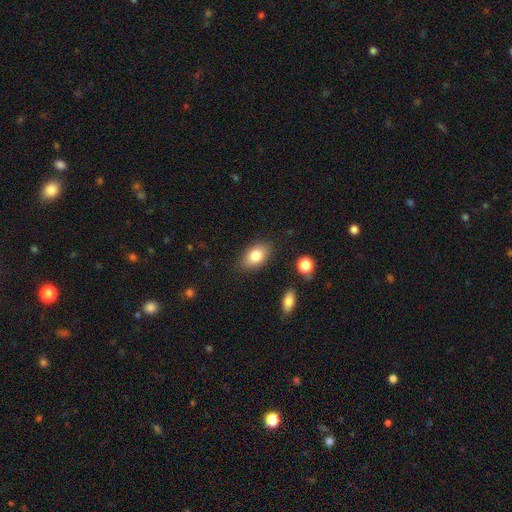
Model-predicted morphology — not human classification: Overall: smooth (81%). How rounded: in between (89%). Merging: none (84%).